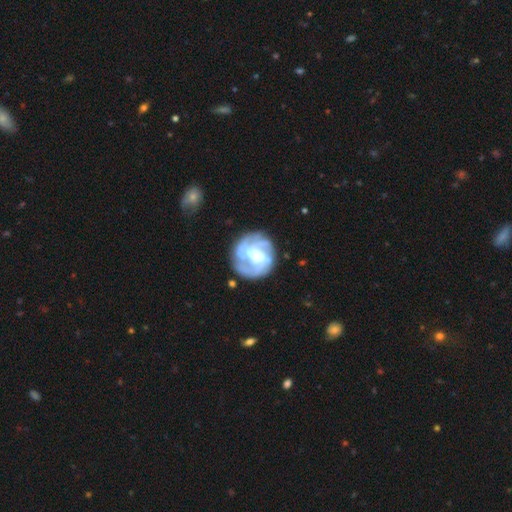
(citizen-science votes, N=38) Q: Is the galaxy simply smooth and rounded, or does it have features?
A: featured or disk — 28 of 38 (74%).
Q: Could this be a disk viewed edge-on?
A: no — 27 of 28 (96%).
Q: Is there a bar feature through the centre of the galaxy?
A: no — 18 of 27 (67%).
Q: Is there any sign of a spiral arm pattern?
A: yes — 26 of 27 (96%).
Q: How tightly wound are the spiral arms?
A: tight — 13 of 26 (50%).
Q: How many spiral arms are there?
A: can't tell — 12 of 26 (46%).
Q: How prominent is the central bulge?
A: moderate — 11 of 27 (41%).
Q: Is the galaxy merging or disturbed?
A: none — 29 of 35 (83%).